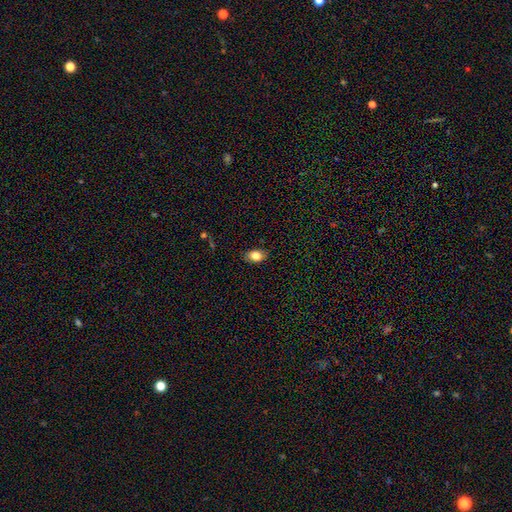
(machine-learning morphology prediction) Smooth or featured? smooth (83%)
How rounded? in between (79%)
Merging? none (84%)